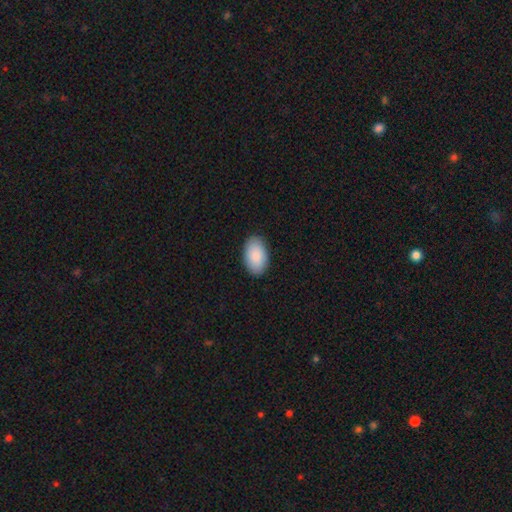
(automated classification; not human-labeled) Smooth or featured: smooth — 90% (star or artifact — 5%)
How rounded: in between — 94% (round — 4%)
Merging: none — 89% (minor disturbance — 9%)